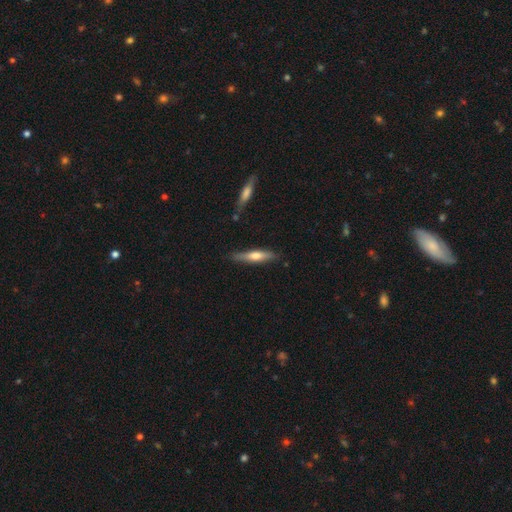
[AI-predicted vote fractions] Smooth or featured? smooth (49%)
Merging? none (82%)